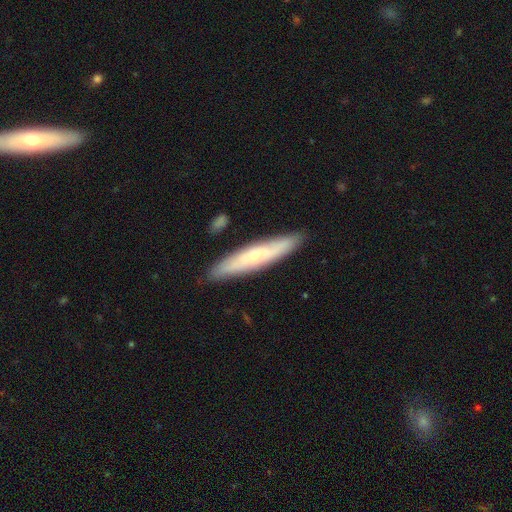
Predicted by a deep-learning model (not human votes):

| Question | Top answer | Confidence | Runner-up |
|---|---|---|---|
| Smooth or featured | smooth | 52% | featured or disk (41%) |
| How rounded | cigar-shaped | 88% | in between (10%) |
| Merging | none | 86% | minor disturbance (10%) |